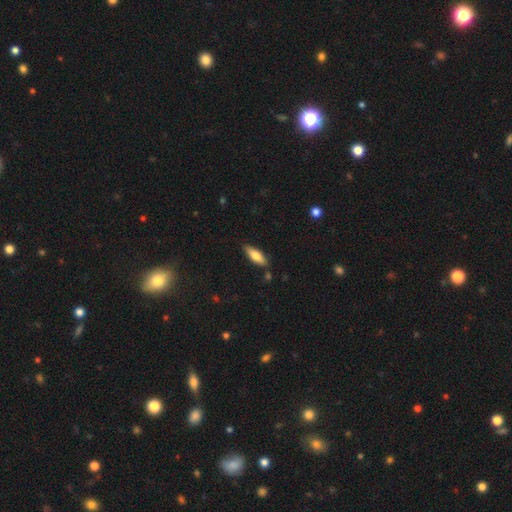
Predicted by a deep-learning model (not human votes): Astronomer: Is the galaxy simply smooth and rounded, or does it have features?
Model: smooth — 70%.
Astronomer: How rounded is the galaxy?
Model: in between — 56% (runner-up: cigar-shaped, 42%).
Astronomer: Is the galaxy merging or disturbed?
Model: none — 83%.